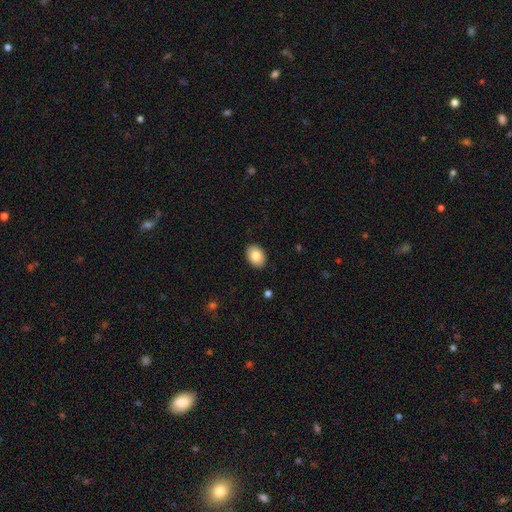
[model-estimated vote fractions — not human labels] Smooth or featured?
  - smooth: 83% *
  - featured or disk: 9%
  - star or artifact: 7%
How rounded?
  - in between: 82% *
  - round: 17%
  - cigar-shaped: 1%
Merging?
  - none: 89% *
  - minor disturbance: 8%
  - major disturbance: 2%
  - merger: 1%